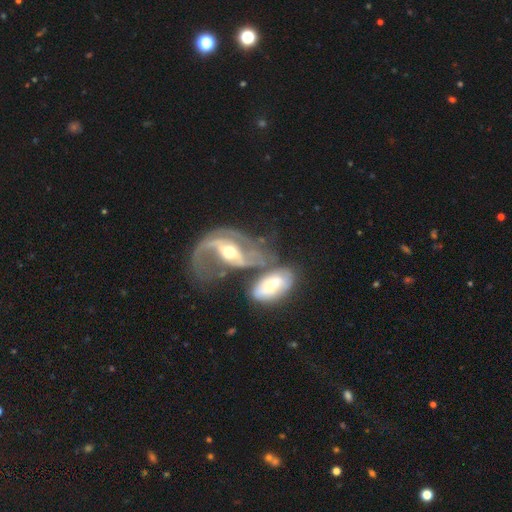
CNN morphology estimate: featured or disk 80%, smooth 14%, star or artifact 6%. Down the decision tree: edge-on disk — no (94%); bar — weak (37%); spiral arms — yes (87%); spiral arm count — 2 (69%); spiral winding — loose (42%); bulge size — moderate (68%); merging — merger (56%).